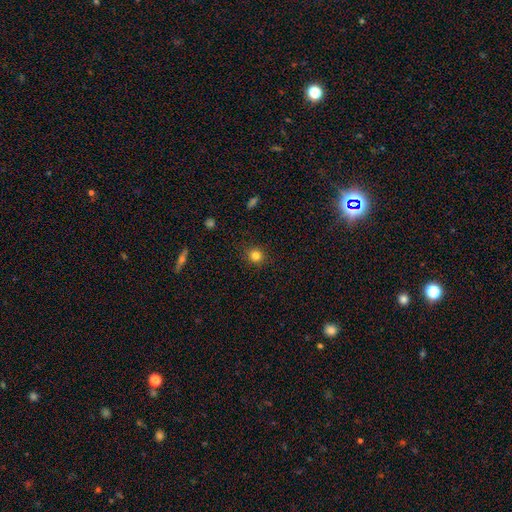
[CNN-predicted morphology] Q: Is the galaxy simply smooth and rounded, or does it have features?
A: smooth — 82%.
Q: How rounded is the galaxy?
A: round — 88%.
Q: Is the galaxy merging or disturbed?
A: none — 90%.